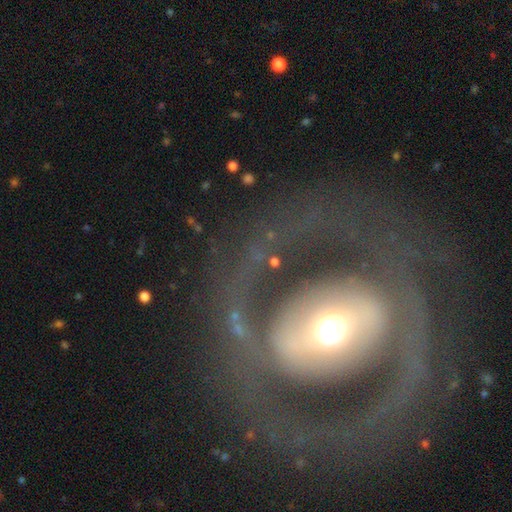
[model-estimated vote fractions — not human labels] A featured or disk galaxy (75%) with a strong bar (42%), no spiral arms (52%) and a moderate central bulge (57%). Merging: none (77%).